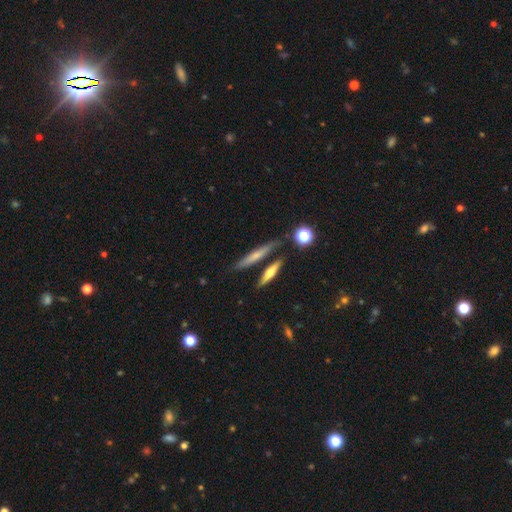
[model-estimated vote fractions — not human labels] Overall: smooth (50%; featured or disk 42%). How rounded: cigar-shaped (86%). Merging: none (76%).